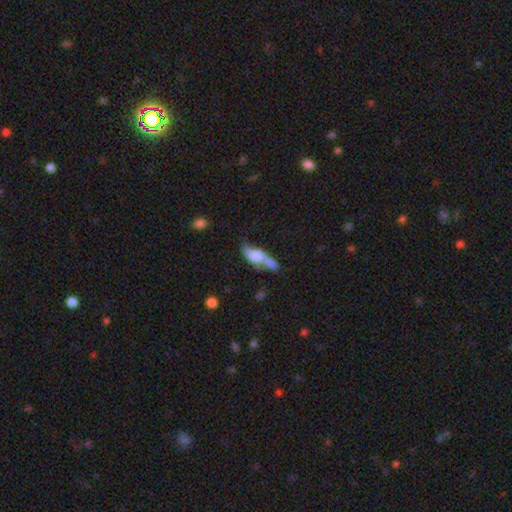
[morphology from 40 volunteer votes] smooth 50%, featured or disk 45%, star or artifact 5%. Down the decision tree: how rounded — in between (80%); merging — merger (42%).